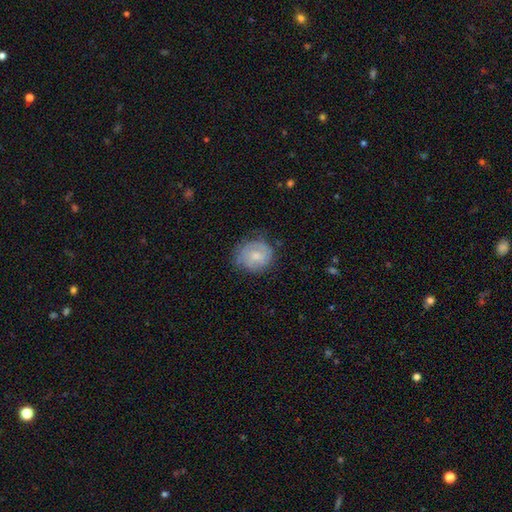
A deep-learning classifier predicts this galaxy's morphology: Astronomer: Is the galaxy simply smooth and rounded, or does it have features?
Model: smooth — 47% (runner-up: featured or disk, 45%).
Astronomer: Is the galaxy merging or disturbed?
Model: none — 67%.